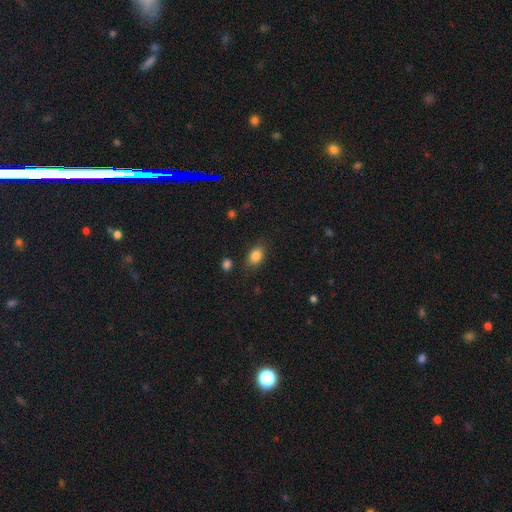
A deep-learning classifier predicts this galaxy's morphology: Smooth or featured?
  - smooth: 84% *
  - star or artifact: 9%
  - featured or disk: 6%
How rounded?
  - in between: 79% *
  - round: 19%
  - cigar-shaped: 2%
Merging?
  - none: 80% *
  - minor disturbance: 13%
  - major disturbance: 4%
  - merger: 2%